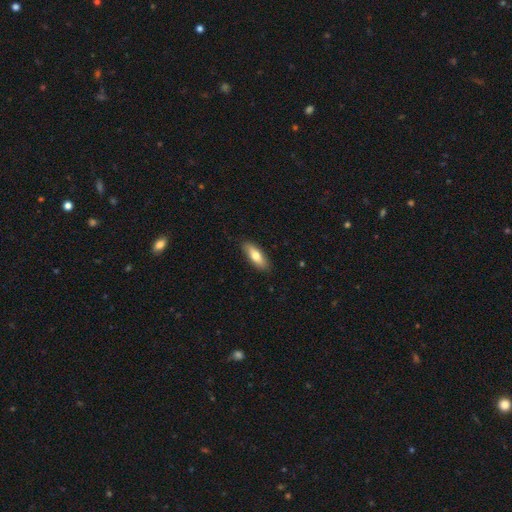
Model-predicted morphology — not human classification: This appears to be a smooth galaxy with no disk features (73%) that is in between round and cigar-shaped (64%). Merging: none (88%).